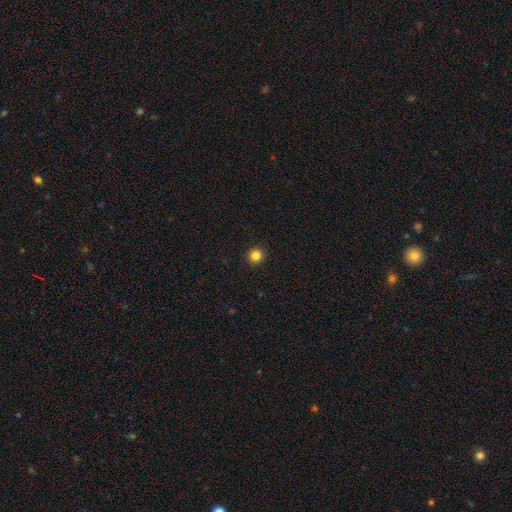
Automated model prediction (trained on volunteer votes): A smooth galaxy with no disk features (84%) that is round (94%).

Vote fractions:
- Smooth or featured? smooth: 84% / star or artifact: 12% / featured or disk: 4%
- How rounded? round: 94% / in between: 5% / cigar-shaped: 1%
- Merging? none: 94% / minor disturbance: 4% / major disturbance: 1% / merger: 1%